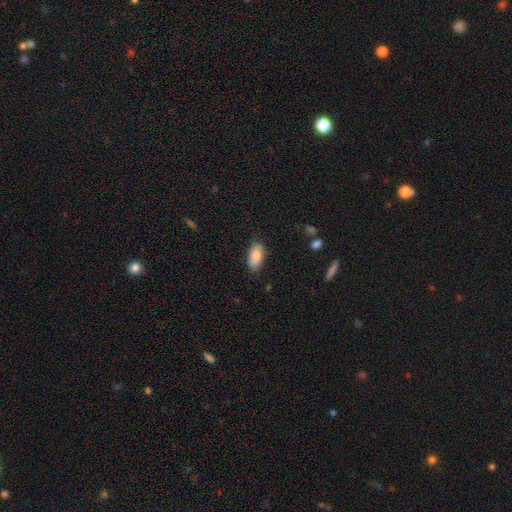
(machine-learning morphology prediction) A smooth galaxy with no disk features (81%) that is in between round and cigar-shaped (92%).

Vote fractions:
- Smooth or featured? smooth: 81% / featured or disk: 13% / star or artifact: 7%
- How rounded? in between: 92% / cigar-shaped: 5% / round: 3%
- Merging? none: 82% / minor disturbance: 14% / major disturbance: 3% / merger: 1%